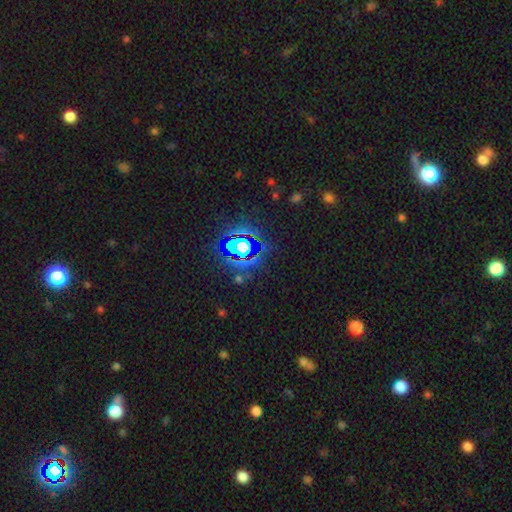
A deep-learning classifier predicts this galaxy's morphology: Overall: star or artifact (69%).